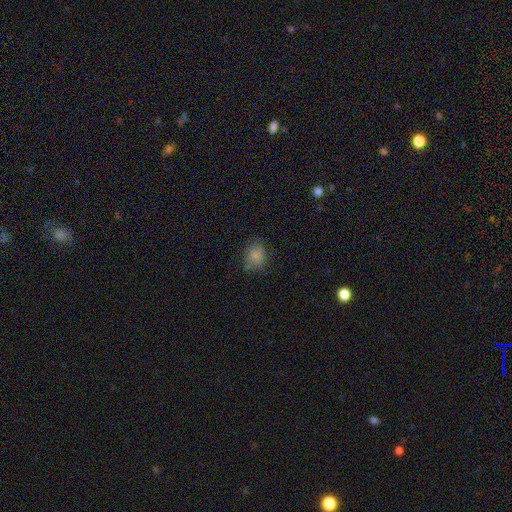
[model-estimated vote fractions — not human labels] Smooth or featured?
  - smooth: 80% *
  - star or artifact: 12%
  - featured or disk: 8%
How rounded?
  - round: 56% *
  - in between: 43%
  - cigar-shaped: 1%
Merging?
  - none: 69% *
  - minor disturbance: 22%
  - major disturbance: 8%
  - merger: 2%